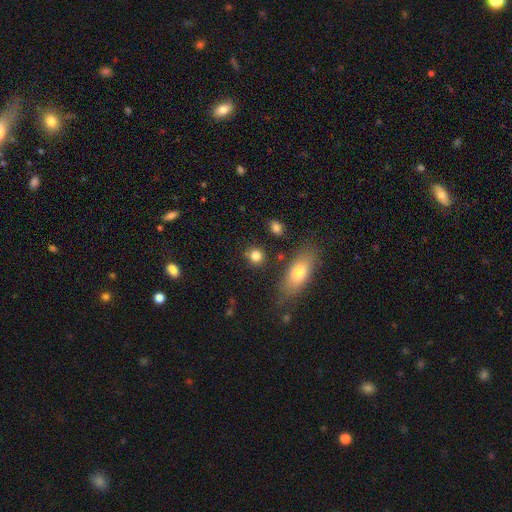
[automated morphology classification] Overall: smooth (82%). How rounded: round (81%). Merging: none (80%).